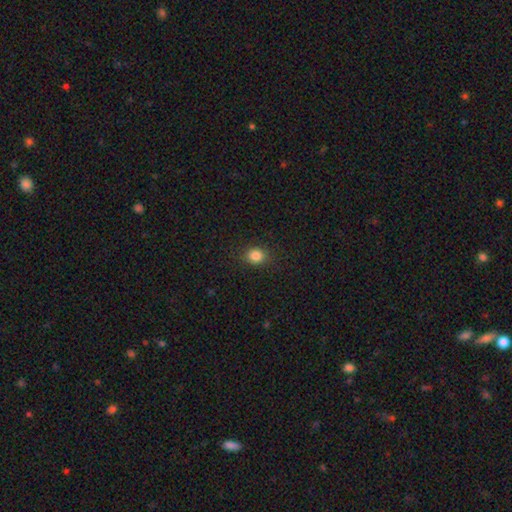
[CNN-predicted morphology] The model was most divided on "how rounded": round: 65%, in between: 34%, cigar-shaped: 1%. More confident: merging — none (87%); smooth or featured — smooth (84%).